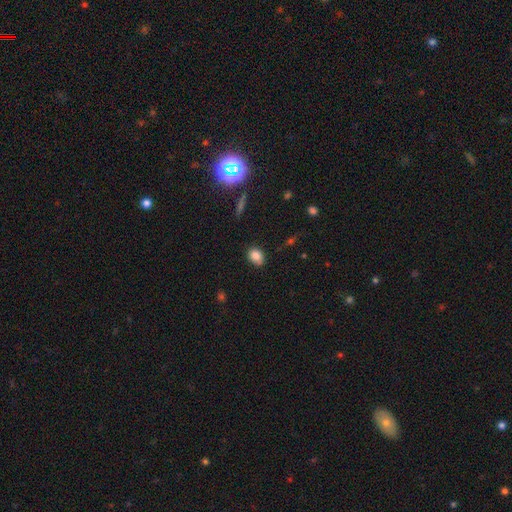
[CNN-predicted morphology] Q: Smooth or featured?
A: smooth (84%); runner-up: star or artifact (10%)
Q: How rounded?
A: in between (60%); runner-up: round (39%)
Q: Merging?
A: none (78%); runner-up: minor disturbance (17%)